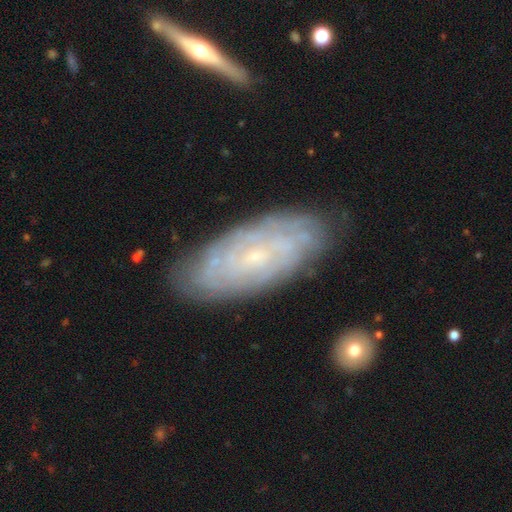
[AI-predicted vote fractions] Smooth or featured?
  - featured or disk: 77% *
  - smooth: 17%
  - star or artifact: 6%
Edge-on disk?
  - no: 90% *
  - yes: 10%
Bar?
  - no: 69% *
  - weak: 25%
  - strong: 6%
Spiral arms?
  - yes: 88% *
  - no: 12%
Spiral winding?
  - tight: 78% *
  - medium: 17%
  - loose: 5%
Spiral arm count?
  - can't tell: 62% *
  - 2: 10%
  - 4: 10%
  - 3: 7%
  - more than 4: 7%
  - 1: 4%
Bulge size?
  - small: 82% *
  - moderate: 13%
  - none: 3%
  - large: 1%
  - dominant: 1%
Merging?
  - none: 80% *
  - minor disturbance: 15%
  - major disturbance: 3%
  - merger: 2%